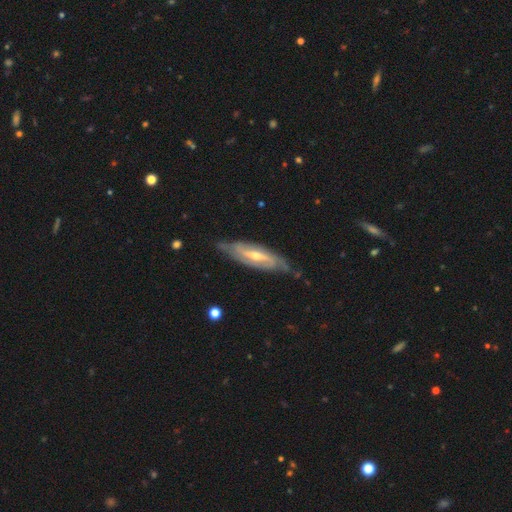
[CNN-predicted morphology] A featured or disk galaxy (83%) with a weak bar (41%), 2 (70%) medium (41%) spiral arms (92%) and a moderate central bulge (50%).

Vote fractions:
- Smooth or featured? featured or disk: 83% / smooth: 12% / star or artifact: 5%
- Edge-on disk? no: 80% / yes: 20%
- Bar? weak: 41% / strong: 36% / no: 23%
- Spiral arms? yes: 92% / no: 8%
- Spiral winding? medium: 41% / tight: 40% / loose: 19%
- Spiral arm count? 2: 70% / can't tell: 18% / 3: 6% / 4: 2% / 1: 2% / more than 4: 2%
- Bulge size? moderate: 50% / small: 46% / large: 2% / none: 1% / dominant: 1%
- Merging? none: 74% / minor disturbance: 20% / major disturbance: 5% / merger: 2%